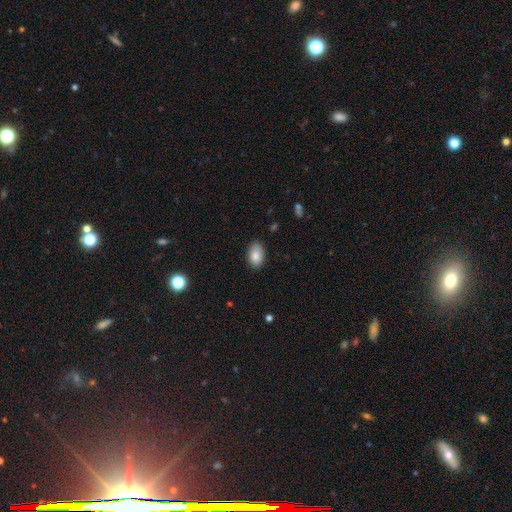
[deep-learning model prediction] This appears to be a smooth galaxy with no disk features (85%) that is in between round and cigar-shaped (91%). Merging: none (83%).